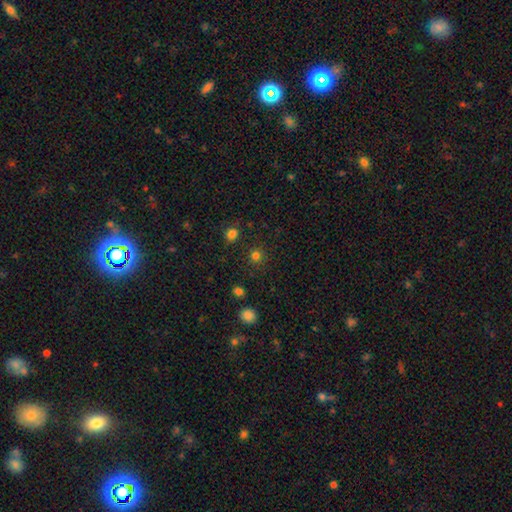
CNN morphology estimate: smooth_or_featured: smooth (p=0.78) [alt: star or artifact p=0.17]
how_rounded: round (p=0.91) [alt: in between p=0.08]
merging: none (p=0.88) [alt: minor disturbance p=0.07]